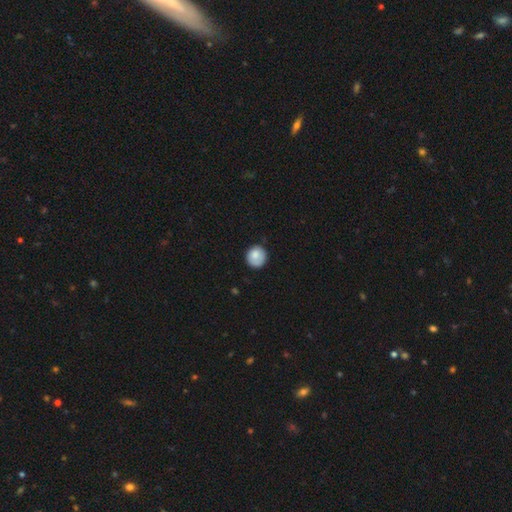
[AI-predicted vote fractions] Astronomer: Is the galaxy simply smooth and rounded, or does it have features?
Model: smooth — 82%.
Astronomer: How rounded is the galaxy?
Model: round — 91%.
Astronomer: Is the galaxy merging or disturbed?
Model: none — 80%.